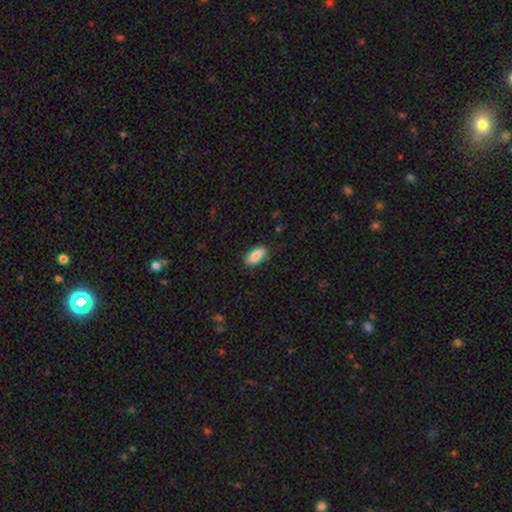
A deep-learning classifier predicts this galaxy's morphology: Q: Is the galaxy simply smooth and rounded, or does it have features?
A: smooth — 84%.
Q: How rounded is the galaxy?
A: in between — 80%.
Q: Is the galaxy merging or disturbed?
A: none — 80%.